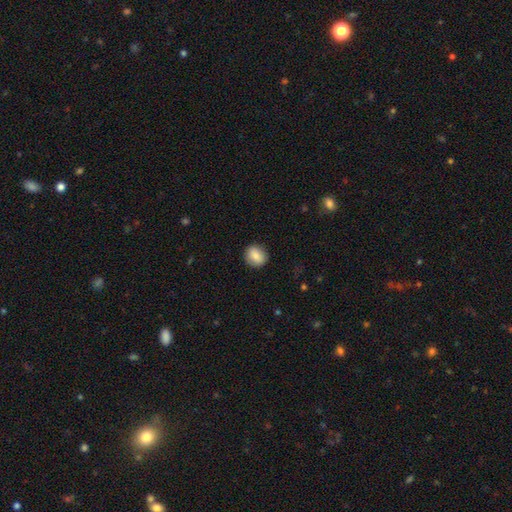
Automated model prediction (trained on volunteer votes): This appears to be a smooth galaxy with no disk features (84%) that is round (75%). Merging: none (89%).